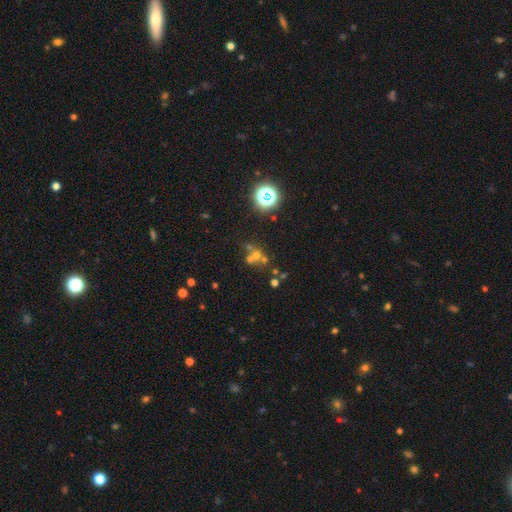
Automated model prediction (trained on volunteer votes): smooth 42%, star or artifact 35%, featured or disk 23%. Down the decision tree: merging — none (45%).